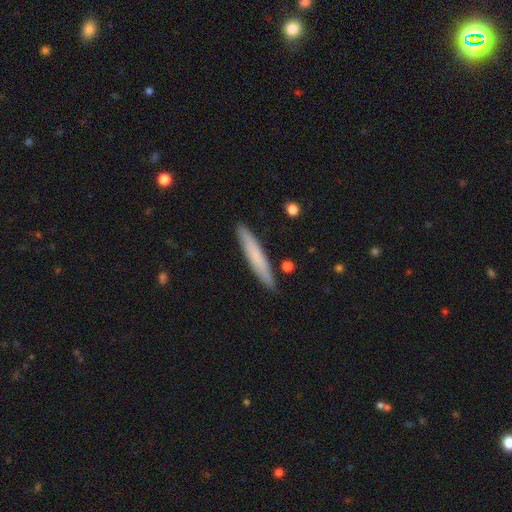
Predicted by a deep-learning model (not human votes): Morphology: type=smooth (68%); roundness=cigar-shaped (94%); merging=none (89%).